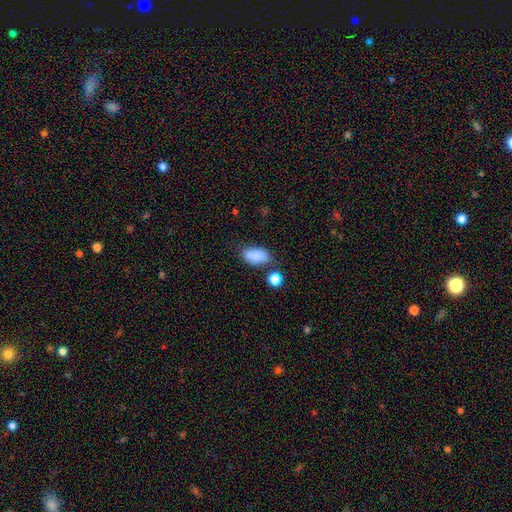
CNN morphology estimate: Overall: smooth (84%). How rounded: in between (90%). Merging: none (64%).